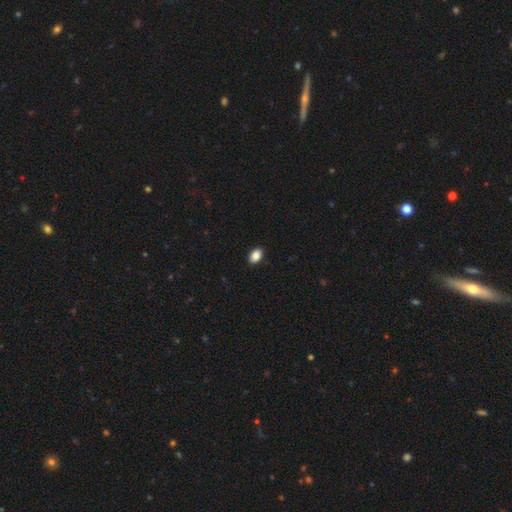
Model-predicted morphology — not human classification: type=smooth (87%); roundness=in between (90%); merging=none (90%).